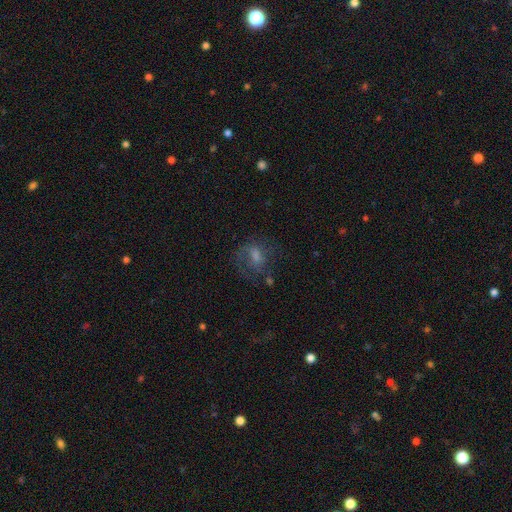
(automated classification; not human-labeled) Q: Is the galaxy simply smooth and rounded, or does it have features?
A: featured or disk — 45%.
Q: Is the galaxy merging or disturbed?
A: none — 49%.